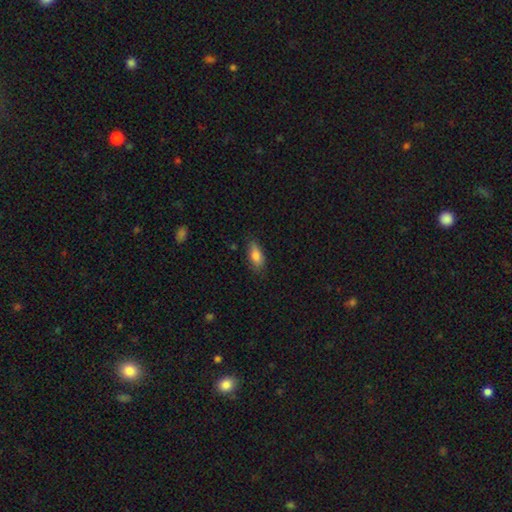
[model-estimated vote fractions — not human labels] smooth 80%, featured or disk 13%, star or artifact 7%. Down the decision tree: how rounded — in between (81%); merging — none (74%).